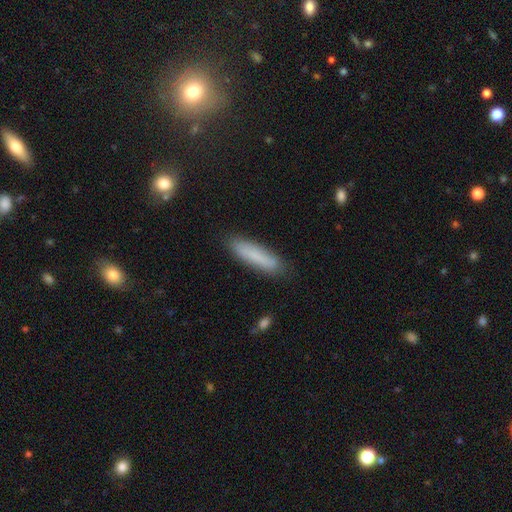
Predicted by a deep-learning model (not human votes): Morphology: type=smooth (81%); roundness=cigar-shaped (78%); merging=none (85%).